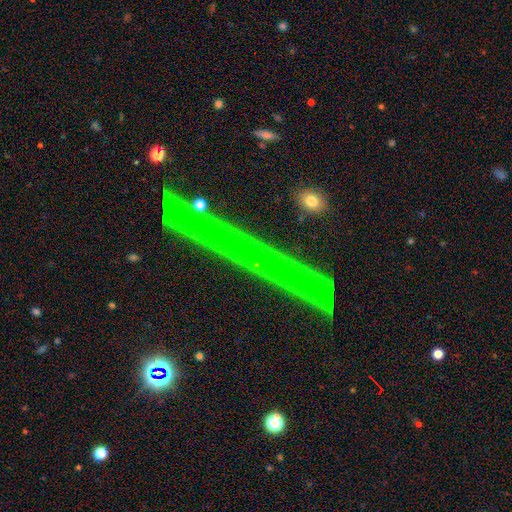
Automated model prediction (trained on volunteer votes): Smooth or featured? star or artifact (62%)